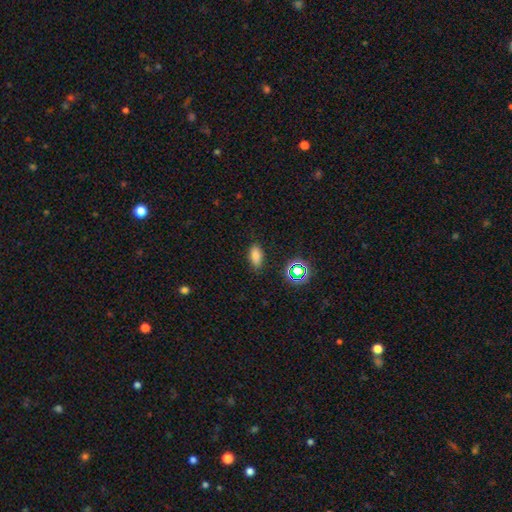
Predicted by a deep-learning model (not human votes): This appears to be a smooth galaxy with no disk features (78%) that is in between round and cigar-shaped (87%). Merging: none (83%).